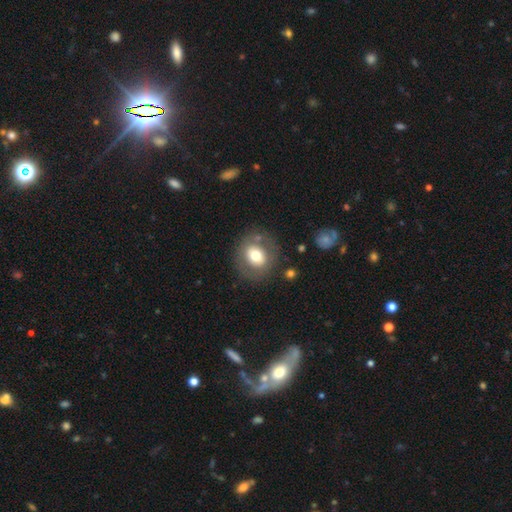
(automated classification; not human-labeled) smooth_or_featured: smooth (p=0.62) [alt: featured or disk p=0.30]
how_rounded: round (p=0.67) [alt: in between p=0.33]
merging: none (p=0.77) [alt: minor disturbance p=0.13]